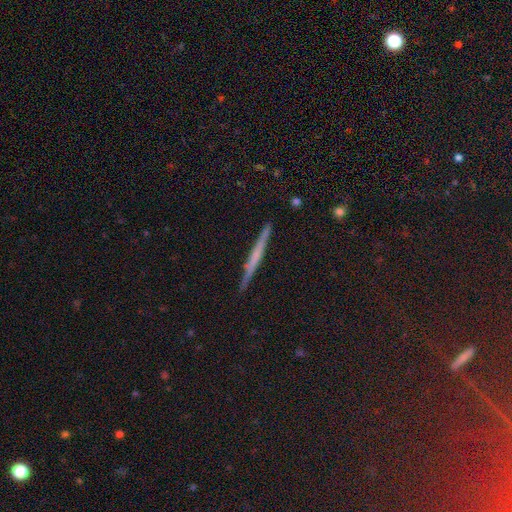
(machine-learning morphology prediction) type=featured or disk (51%); edge-on=yes (97%); merging=none (90%).